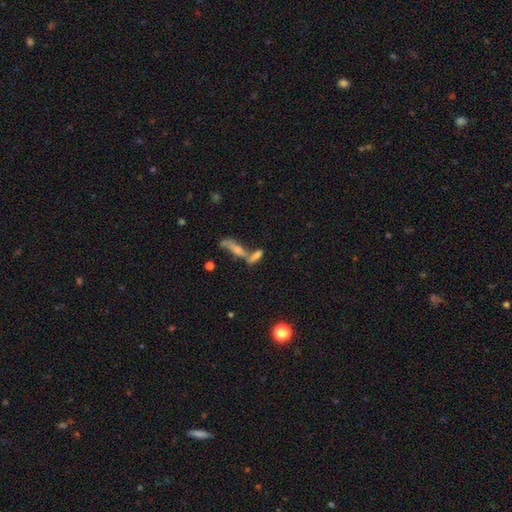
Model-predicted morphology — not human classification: Q: Smooth or featured?
A: smooth (49%); runner-up: featured or disk (37%)
Q: Merging?
A: merger (53%); runner-up: none (31%)